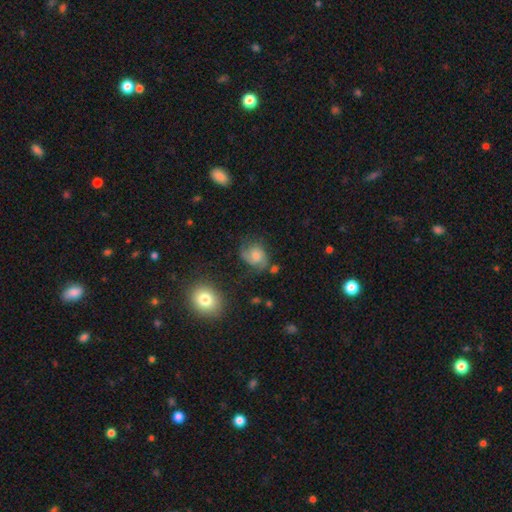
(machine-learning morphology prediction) Smooth or featured? Predicted: featured or disk (p=0.52). Edge-on disk? Predicted: no (p=0.97). Bar? Predicted: no (p=0.68). Spiral arms? Predicted: yes (p=0.87). Bulge size? Predicted: moderate (p=0.37). Merging? Predicted: none (p=0.52).